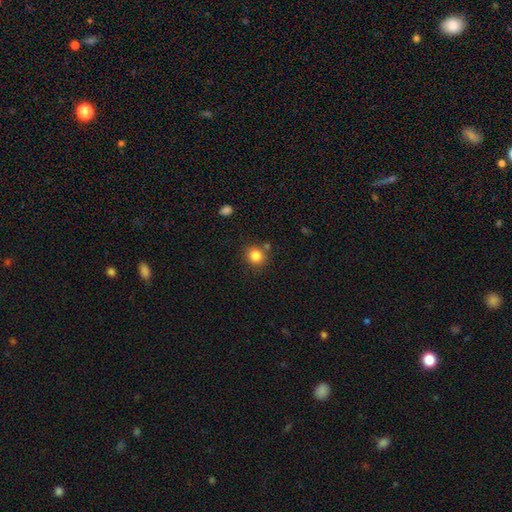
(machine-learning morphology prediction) The model was most divided on "merging": none: 78%, minor disturbance: 10%, merger: 9%, major disturbance: 3%. More confident: how rounded — round (86%); smooth or featured — smooth (84%).